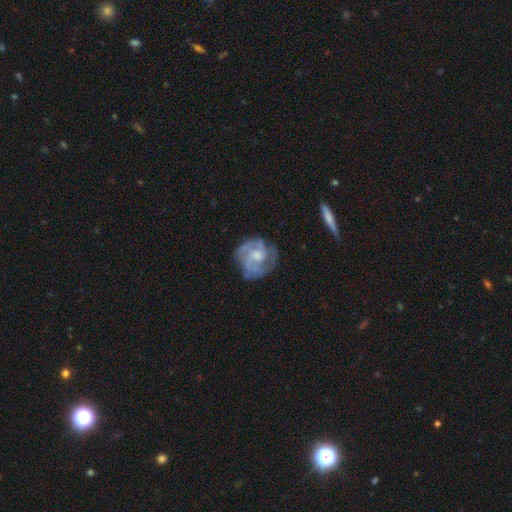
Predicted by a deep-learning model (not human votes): featured or disk 76%, smooth 18%, star or artifact 6%. Down the decision tree: edge-on disk — no (98%); bar — no (69%); spiral arms — yes (88%); spiral arm count — 3 (30%); spiral winding — tight (49%); bulge size — moderate (48%); merging — none (66%).